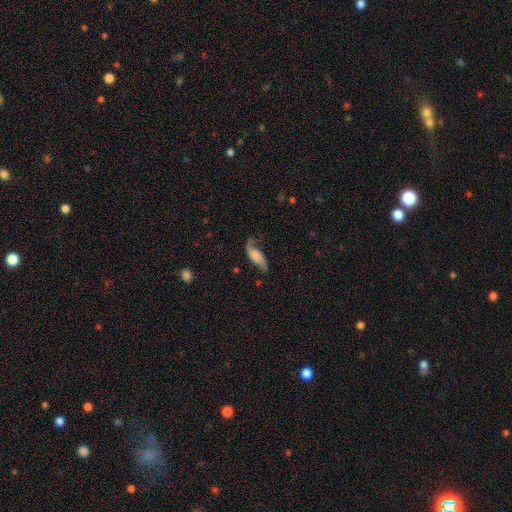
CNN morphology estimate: Smooth or featured? featured or disk (51%)
Edge-on disk? no (85%)
Merging? none (56%)